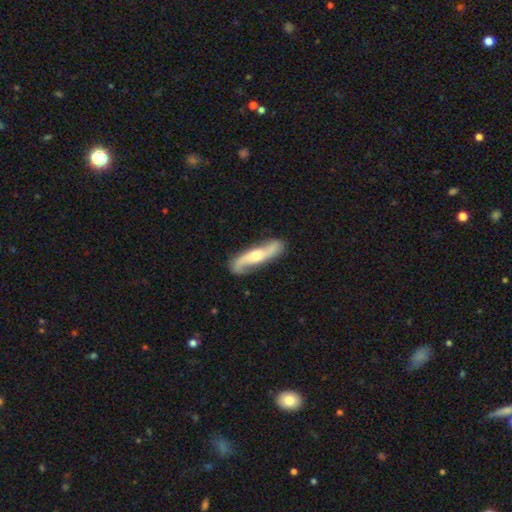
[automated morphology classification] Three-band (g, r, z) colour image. It shows a featured or disk galaxy (76%) with no bar (59%), 2 (90%) loose (61%) spiral arms (93%) and a moderate central bulge (66%). Merging: none (81%).